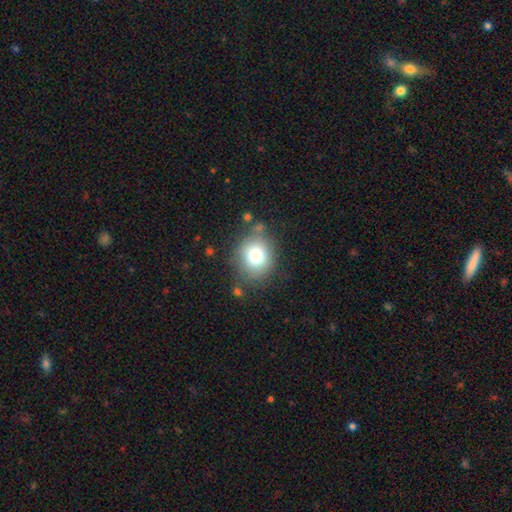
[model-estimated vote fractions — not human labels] The model was most divided on "how rounded": round: 77%, in between: 22%, cigar-shaped: 1%. More confident: merging — none (77%); smooth or featured — smooth (77%).